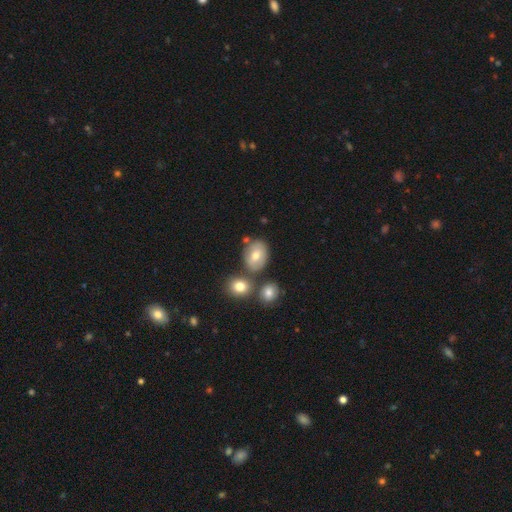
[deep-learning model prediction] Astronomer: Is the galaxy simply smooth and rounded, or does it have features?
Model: smooth — 62%.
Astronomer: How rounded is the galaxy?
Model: in between — 62%.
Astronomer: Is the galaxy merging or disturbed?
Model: none — 65%.